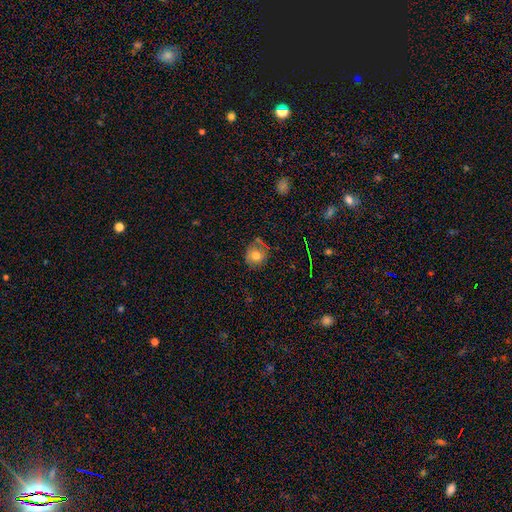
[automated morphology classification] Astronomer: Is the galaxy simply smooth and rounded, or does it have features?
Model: smooth — 69%.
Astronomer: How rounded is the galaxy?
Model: round — 80%.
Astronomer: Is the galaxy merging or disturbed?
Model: none — 68%.